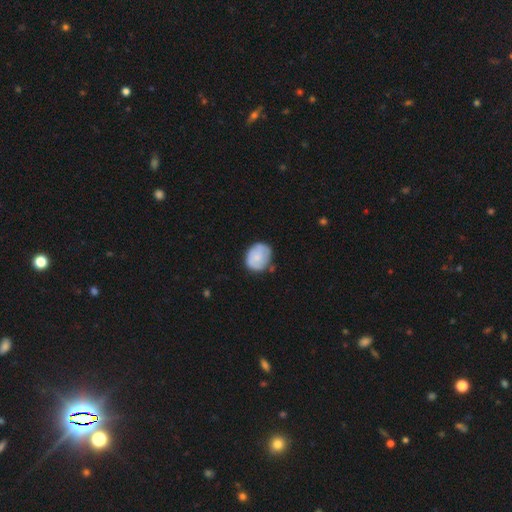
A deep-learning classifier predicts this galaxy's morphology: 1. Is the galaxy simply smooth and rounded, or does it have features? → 68% smooth, 25% featured or disk, 7% star or artifact.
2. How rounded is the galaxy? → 50% in between, 49% round, 1% cigar-shaped.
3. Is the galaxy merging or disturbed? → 66% none, 25% minor disturbance, 6% major disturbance, 3% merger.